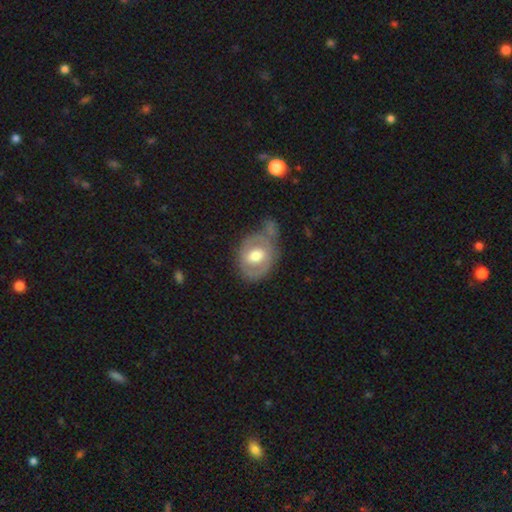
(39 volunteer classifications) smooth-or-featured: smooth: 44% (tied) | featured or disk: 44% (tied) | star or artifact: 13%
  how-rounded: in between: 53% | round: 47% | cigar-shaped: 0%
  merging: none: 35% | merger: 29% | minor disturbance: 26% | major disturbance: 9%